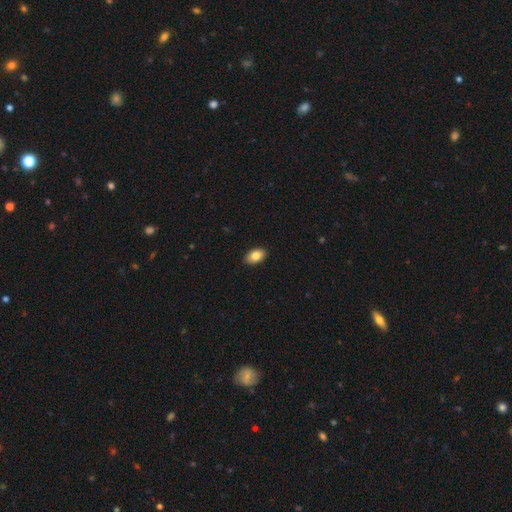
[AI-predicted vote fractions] A smooth galaxy with no disk features (83%) that is in between round and cigar-shaped (92%).

Vote fractions:
- Smooth or featured? smooth: 83% / featured or disk: 10% / star or artifact: 7%
- How rounded? in between: 92% / round: 7% / cigar-shaped: 1%
- Merging? none: 89% / minor disturbance: 8% / major disturbance: 2% / merger: 1%